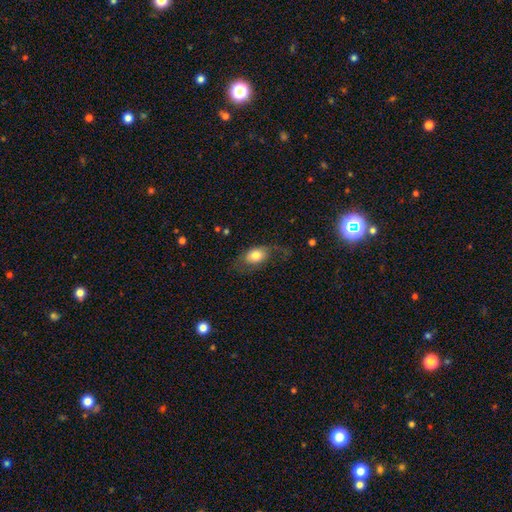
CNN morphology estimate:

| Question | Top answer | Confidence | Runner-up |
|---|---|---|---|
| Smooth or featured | smooth | 70% | featured or disk (23%) |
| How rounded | in between | 82% | round (16%) |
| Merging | none | 45% | major disturbance (29%) |